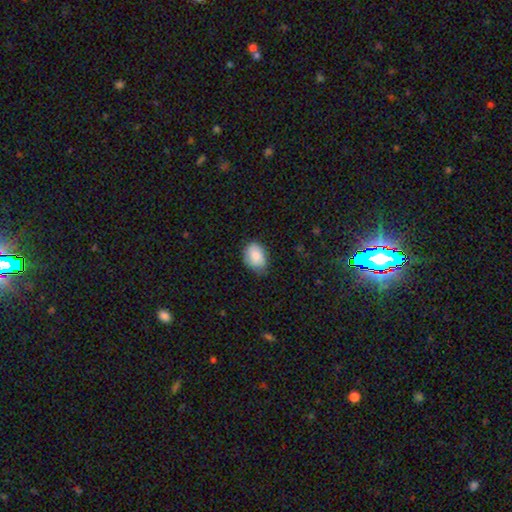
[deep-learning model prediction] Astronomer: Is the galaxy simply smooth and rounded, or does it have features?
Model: smooth — 85%.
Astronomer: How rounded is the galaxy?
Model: in between — 79%.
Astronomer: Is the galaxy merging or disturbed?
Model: none — 63%.